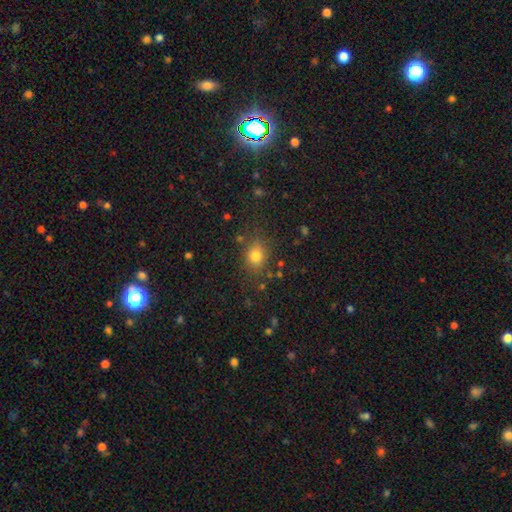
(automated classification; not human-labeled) The model was most divided on "how rounded": round: 62%, in between: 36%, cigar-shaped: 1%. More confident: smooth or featured — smooth (78%); merging — none (78%).